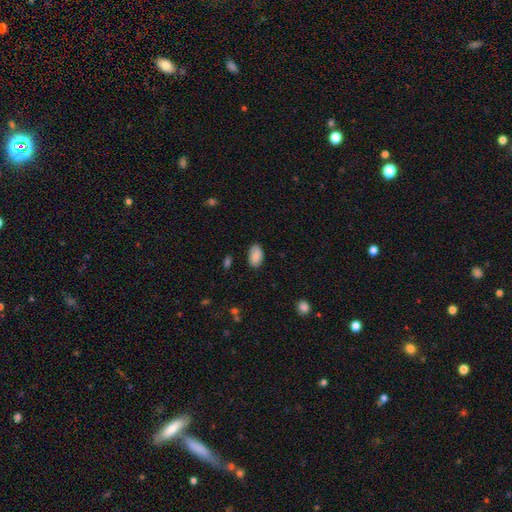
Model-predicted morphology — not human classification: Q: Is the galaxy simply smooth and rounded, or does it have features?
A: smooth — 82%.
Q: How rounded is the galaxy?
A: in between — 93%.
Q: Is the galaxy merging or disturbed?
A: none — 81%.